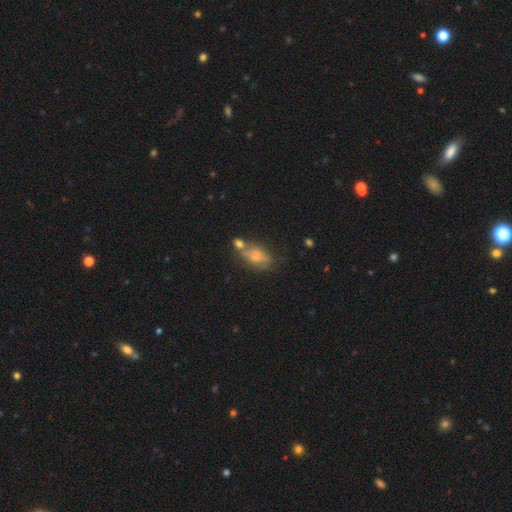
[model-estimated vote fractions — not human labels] A smooth galaxy with no disk features (60%) that is in between round and cigar-shaped (81%).

Vote fractions:
- Smooth or featured? smooth: 60% / featured or disk: 29% / star or artifact: 11%
- How rounded? in between: 81% / cigar-shaped: 11% / round: 8%
- Merging? none: 45% / merger: 23% / minor disturbance: 22% / major disturbance: 10%